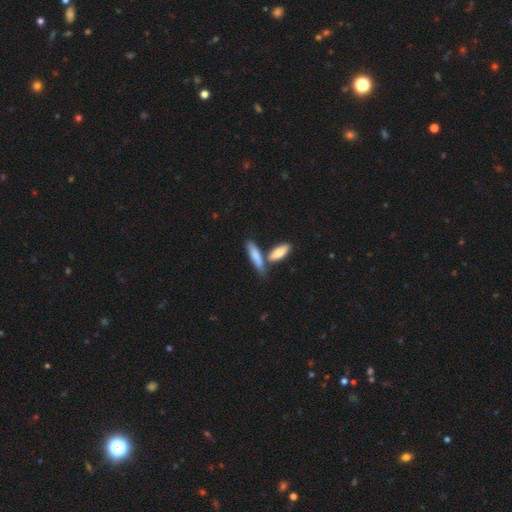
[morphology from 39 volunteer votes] This is clearly a smooth galaxy (82%). How rounded: clearly cigar-shaped (81%). Merging: possibly none (59%).